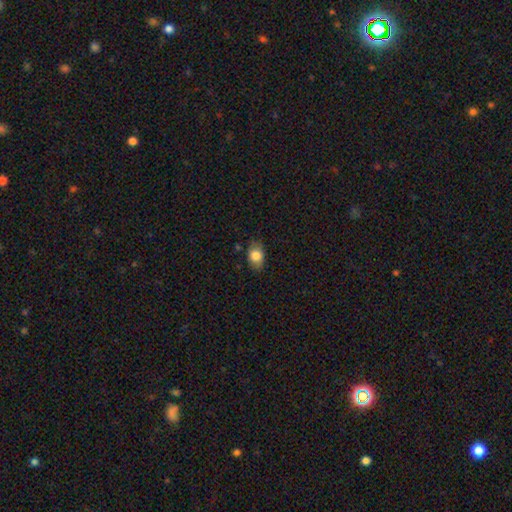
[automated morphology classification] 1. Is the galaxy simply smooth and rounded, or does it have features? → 81% smooth, 10% featured or disk, 8% star or artifact.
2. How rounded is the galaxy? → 80% in between, 19% round, 1% cigar-shaped.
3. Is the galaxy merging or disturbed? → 78% none, 17% minor disturbance, 4% major disturbance, 1% merger.